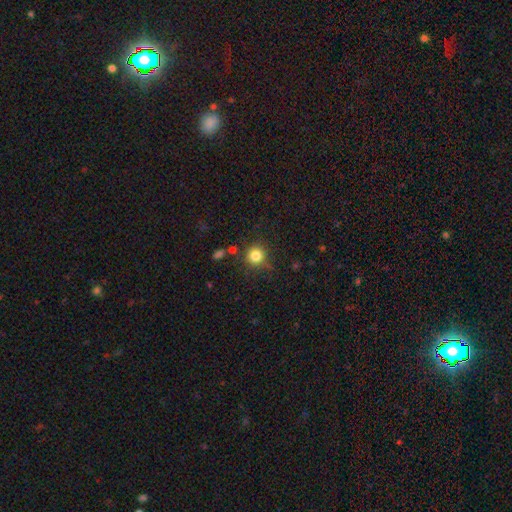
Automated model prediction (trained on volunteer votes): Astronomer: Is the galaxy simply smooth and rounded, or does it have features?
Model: smooth — 82%.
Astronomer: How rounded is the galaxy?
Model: round — 93%.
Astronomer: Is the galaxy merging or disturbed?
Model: none — 83%.